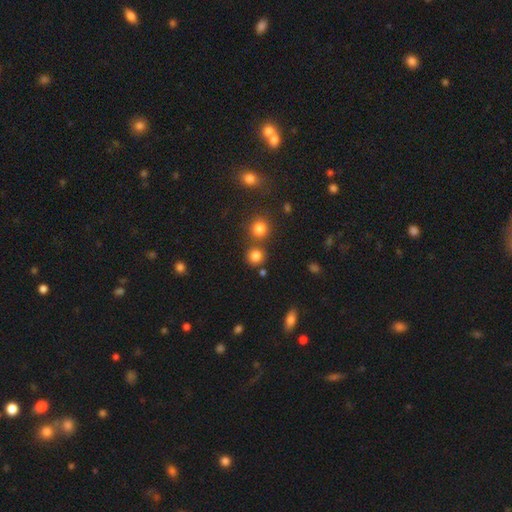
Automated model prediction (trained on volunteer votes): A smooth galaxy with no disk features (79%) that is round (88%). Merging: none (72%).